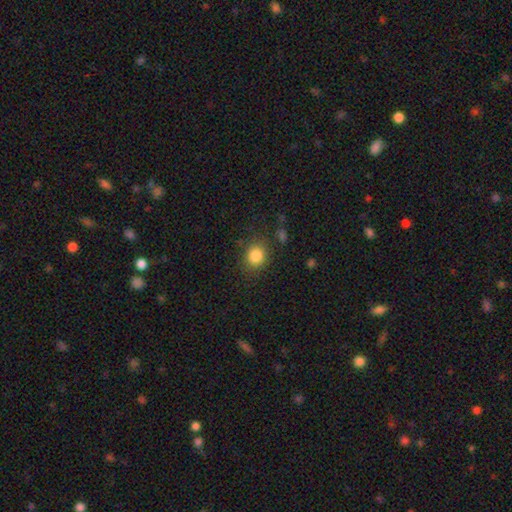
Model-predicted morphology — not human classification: Smooth or featured?
  - smooth: 85% *
  - star or artifact: 10%
  - featured or disk: 5%
How rounded?
  - round: 74% *
  - in between: 25%
  - cigar-shaped: 1%
Merging?
  - none: 82% *
  - minor disturbance: 12%
  - major disturbance: 4%
  - merger: 3%